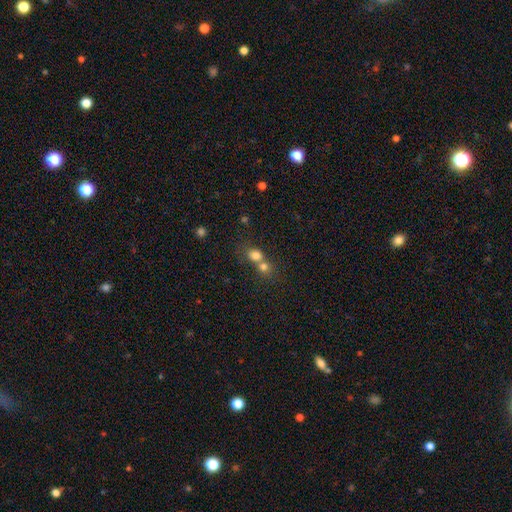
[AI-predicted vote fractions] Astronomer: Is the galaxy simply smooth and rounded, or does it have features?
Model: smooth — 77%.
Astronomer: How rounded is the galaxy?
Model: round — 65%.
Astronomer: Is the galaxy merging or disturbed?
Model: merger — 59%.